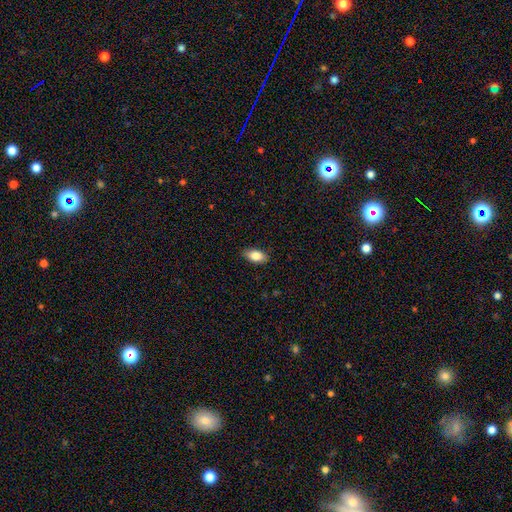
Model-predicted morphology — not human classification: A smooth galaxy with no disk features (84%) that is in between round and cigar-shaped (90%).

Vote fractions:
- Smooth or featured? smooth: 84% / featured or disk: 9% / star or artifact: 7%
- How rounded? in between: 90% / round: 5% / cigar-shaped: 5%
- Merging? none: 86% / minor disturbance: 11% / major disturbance: 2% / merger: 1%